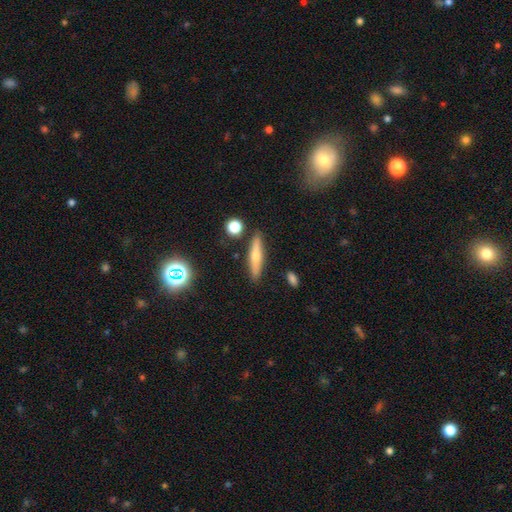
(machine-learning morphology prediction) smooth-or-featured: smooth: 50% | featured or disk: 41% | star or artifact: 9%
  how-rounded: cigar-shaped: 82% | in between: 15% | round: 3%
  merging: none: 86% | minor disturbance: 9% | merger: 3% | major disturbance: 2%